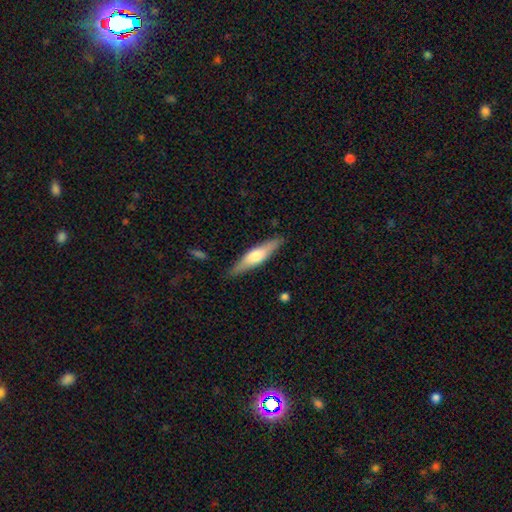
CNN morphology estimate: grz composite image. It shows a smooth galaxy with no disk features (49%). Merging: none (86%).